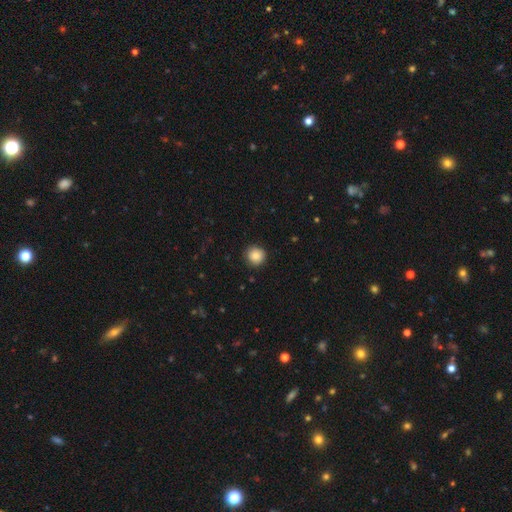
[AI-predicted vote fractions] Overall: smooth (87%). How rounded: round (94%). Merging: none (91%).